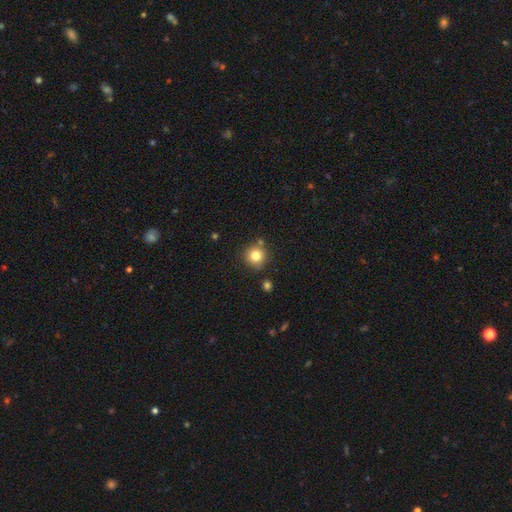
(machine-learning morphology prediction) Smooth or featured?
  - smooth: 80% *
  - star or artifact: 12%
  - featured or disk: 8%
How rounded?
  - round: 93% *
  - in between: 6%
  - cigar-shaped: 1%
Merging?
  - none: 80% *
  - minor disturbance: 9%
  - merger: 8%
  - major disturbance: 3%